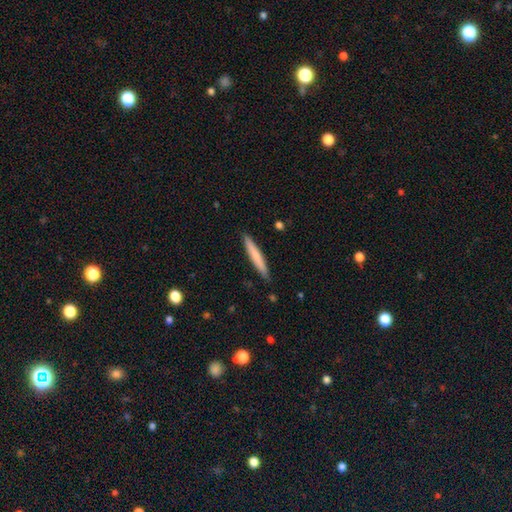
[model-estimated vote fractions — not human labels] Smooth or featured? smooth (71%)
How rounded? cigar-shaped (96%)
Merging? none (90%)